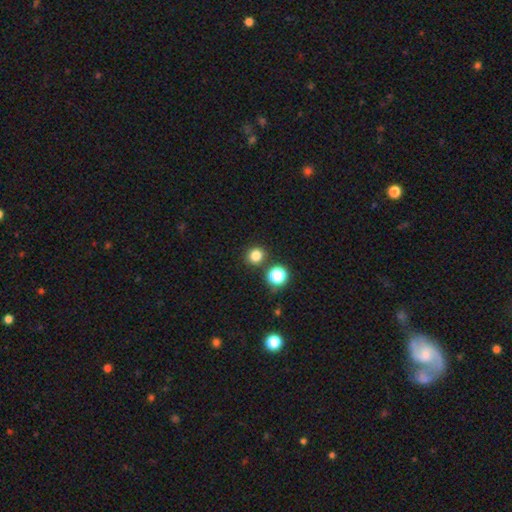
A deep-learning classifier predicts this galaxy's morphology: Smooth or featured: smooth — 80% (star or artifact — 16%)
How rounded: round — 88% (in between — 11%)
Merging: none — 84% (merger — 7%)